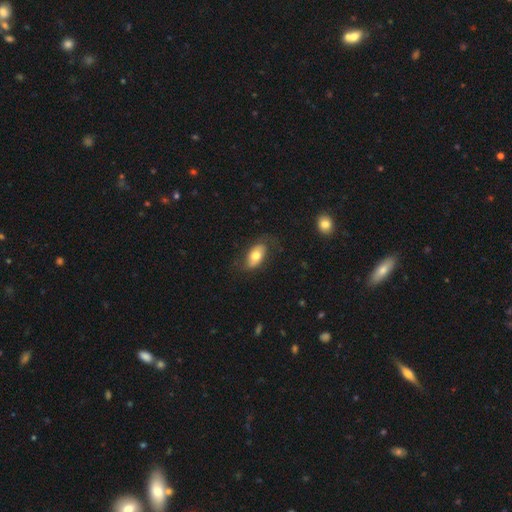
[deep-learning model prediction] A smooth galaxy with no disk features (64%) that is in between round and cigar-shaped (91%).

Vote fractions:
- Smooth or featured? smooth: 64% / featured or disk: 30% / star or artifact: 6%
- How rounded? in between: 91% / round: 5% / cigar-shaped: 4%
- Merging? none: 70% / minor disturbance: 20% / major disturbance: 9% / merger: 1%